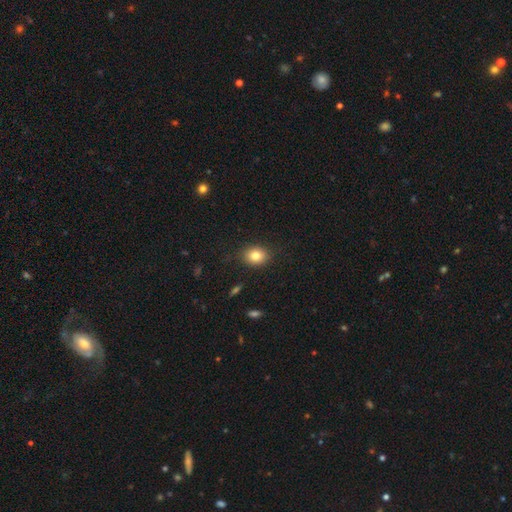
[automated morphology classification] This appears to be a smooth galaxy with no disk features (81%) that is round (51%). Merging: none (86%).